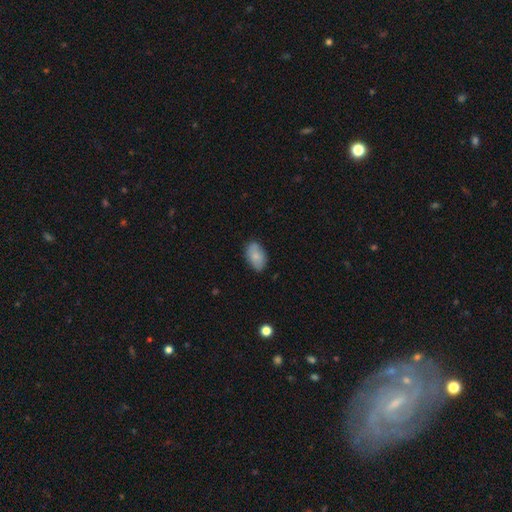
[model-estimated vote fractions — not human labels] smooth_or_featured: smooth (p=0.78) [alt: featured or disk p=0.15]
how_rounded: in between (p=0.92) [alt: round p=0.07]
merging: none (p=0.76) [alt: minor disturbance p=0.19]